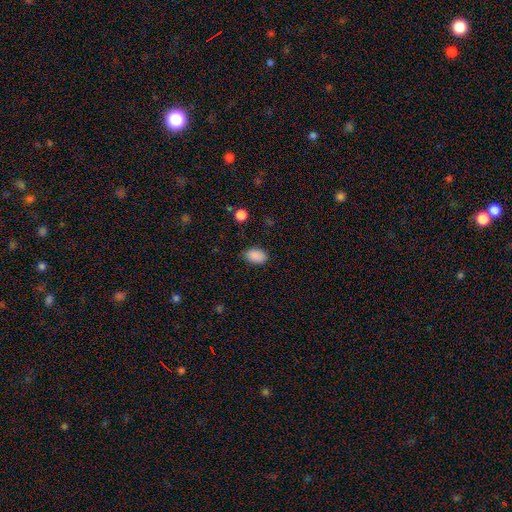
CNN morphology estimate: A smooth galaxy with no disk features (89%) that is in between round and cigar-shaped (88%).

Vote fractions:
- Smooth or featured? smooth: 89% / star or artifact: 8% / featured or disk: 3%
- How rounded? in between: 88% / round: 10% / cigar-shaped: 1%
- Merging? none: 81% / minor disturbance: 15% / major disturbance: 3% / merger: 1%